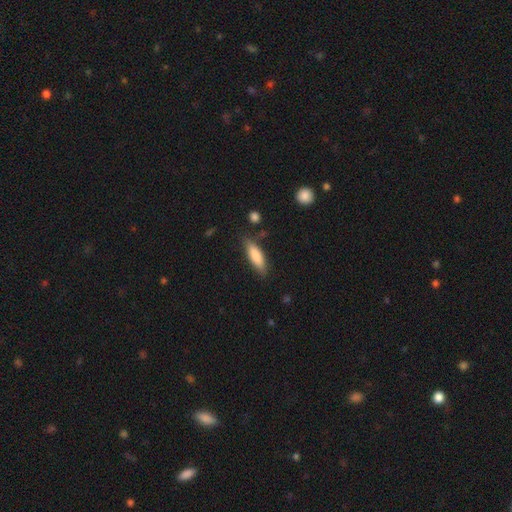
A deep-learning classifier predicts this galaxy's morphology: This appears to be a smooth galaxy with no disk features (83%) that is cigar-shaped (51%). Merging: none (77%).